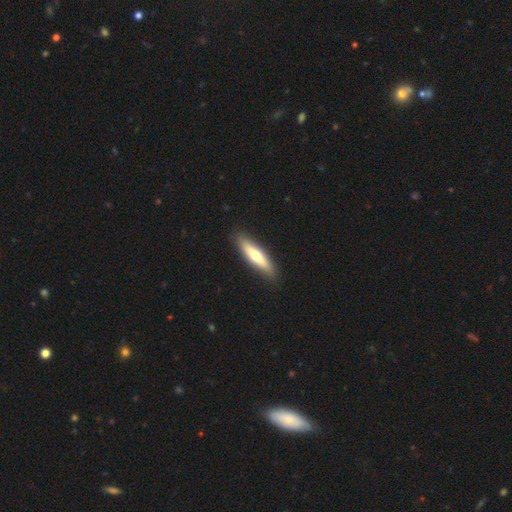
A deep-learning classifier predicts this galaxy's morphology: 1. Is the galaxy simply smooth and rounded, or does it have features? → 57% smooth, 38% featured or disk, 5% star or artifact.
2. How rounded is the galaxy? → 75% cigar-shaped, 23% in between, 2% round.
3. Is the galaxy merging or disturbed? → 89% none, 8% minor disturbance, 2% major disturbance, 1% merger.